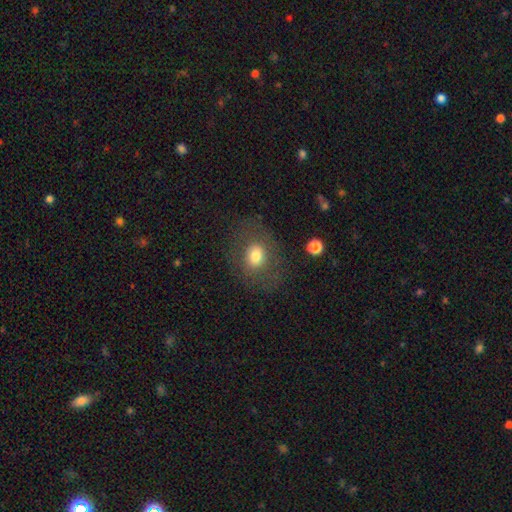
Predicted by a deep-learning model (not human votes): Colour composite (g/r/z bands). It shows a smooth galaxy with no disk features (73%) that is round (55%). Merging: none (76%).